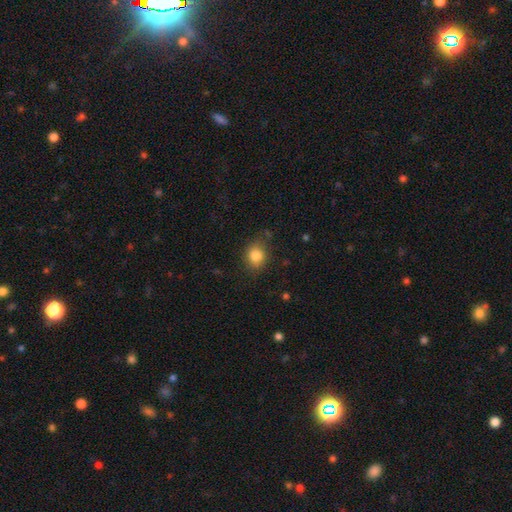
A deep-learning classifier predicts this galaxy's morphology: Smooth or featured?
  - smooth: 84% *
  - star or artifact: 10%
  - featured or disk: 7%
How rounded?
  - round: 60% *
  - in between: 39%
  - cigar-shaped: 1%
Merging?
  - none: 79% *
  - minor disturbance: 15%
  - major disturbance: 4%
  - merger: 2%